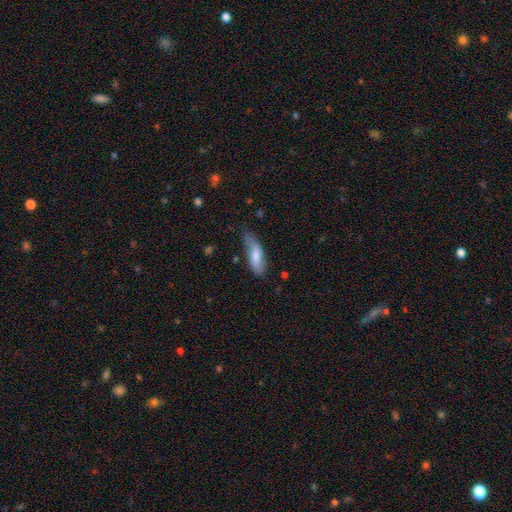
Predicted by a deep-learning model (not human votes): Smooth or featured? Predicted: smooth (p=0.72). How rounded? Predicted: in between (p=0.68). Merging? Predicted: none (p=0.56).